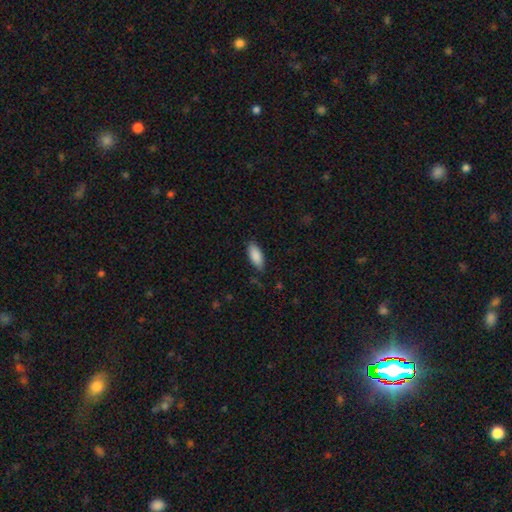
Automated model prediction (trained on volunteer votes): The model was most divided on "merging": none: 81%, minor disturbance: 15%, major disturbance: 3%, merger: 1%. More confident: smooth or featured — smooth (88%); how rounded — in between (85%).